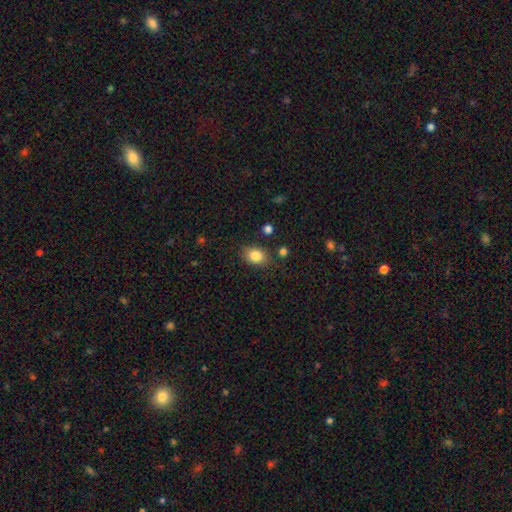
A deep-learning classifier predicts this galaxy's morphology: Smooth or featured? Predicted: smooth (p=0.84). How rounded? Predicted: in between (p=0.71). Merging? Predicted: none (p=0.79).